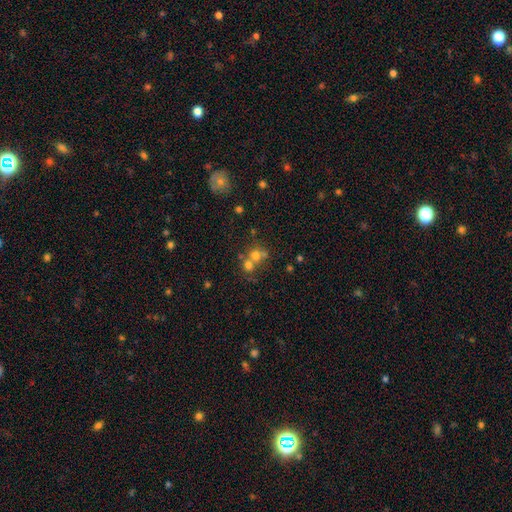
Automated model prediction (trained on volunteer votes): Smooth or featured? smooth (64%)
How rounded? round (79%)
Merging? merger (53%)